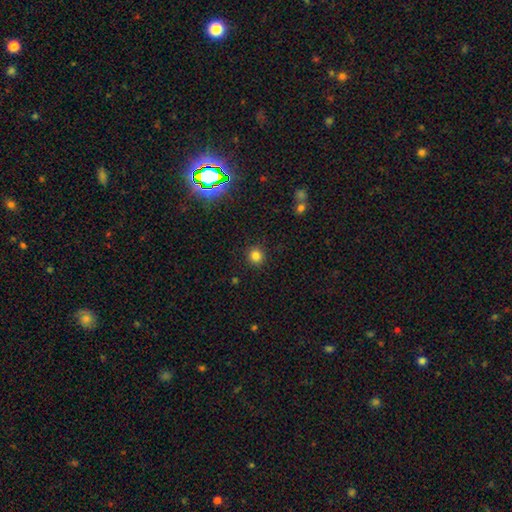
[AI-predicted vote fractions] This appears to be a smooth galaxy with no disk features (82%) that is round (93%). Merging: none (91%).